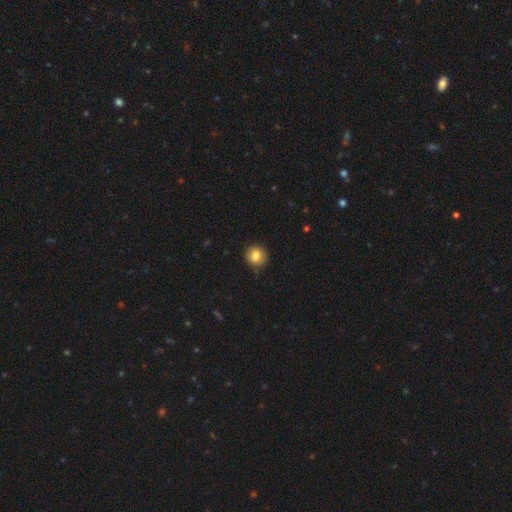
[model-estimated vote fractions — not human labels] Overall: smooth (82%). How rounded: round (87%). Merging: none (86%).